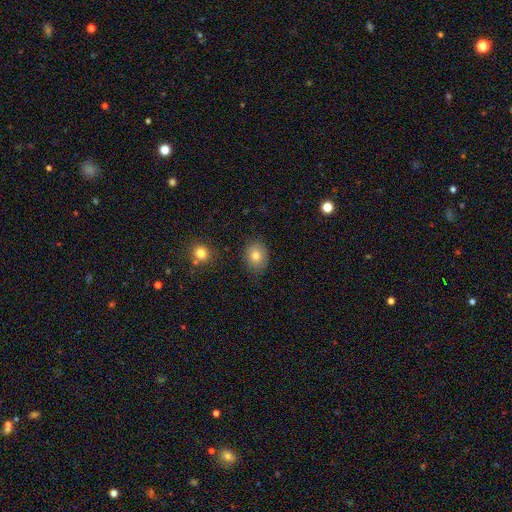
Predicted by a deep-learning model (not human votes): This appears to be a smooth galaxy with no disk features (80%) that is round (54%). Merging: none (83%).